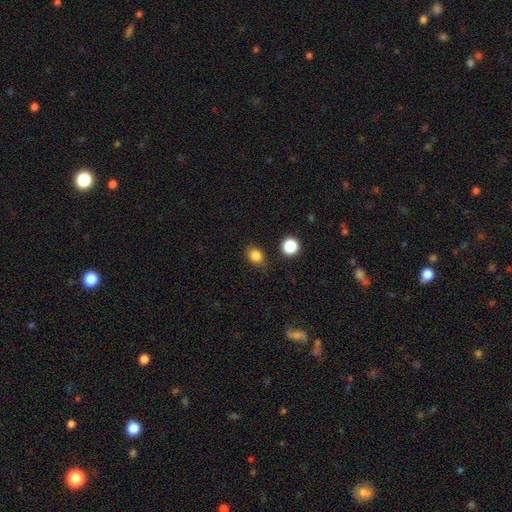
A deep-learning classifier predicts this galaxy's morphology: Smooth or featured: smooth — 83% (star or artifact — 12%)
How rounded: in between — 50% (round — 49%)
Merging: none — 81% (minor disturbance — 13%)